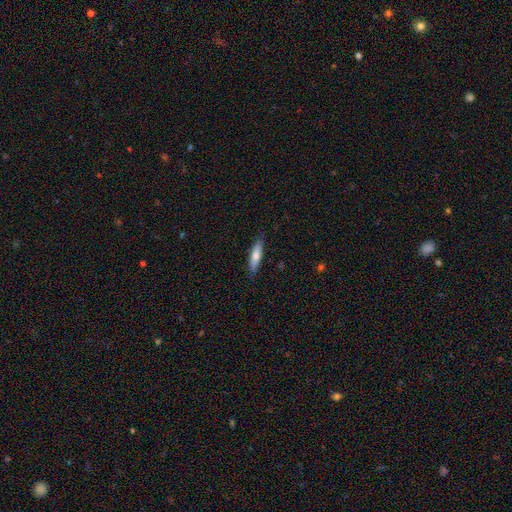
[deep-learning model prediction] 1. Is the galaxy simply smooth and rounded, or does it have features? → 71% smooth, 23% featured or disk, 6% star or artifact.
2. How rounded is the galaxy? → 69% cigar-shaped, 29% in between, 2% round.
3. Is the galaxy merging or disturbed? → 87% none, 10% minor disturbance, 2% major disturbance, 1% merger.